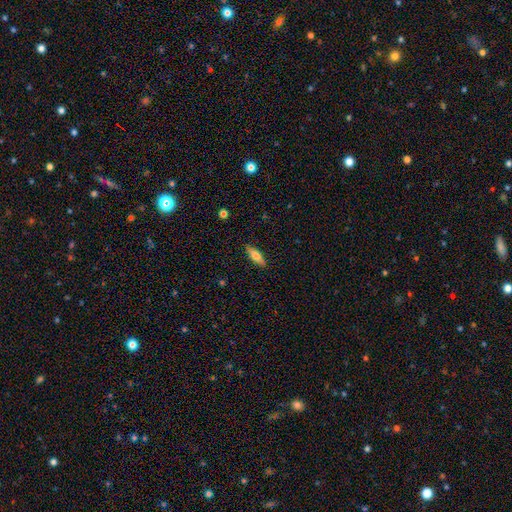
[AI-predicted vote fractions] A smooth galaxy with no disk features (65%) that is in between round and cigar-shaped (49%, tied with cigar-shaped). Merging: none (88%).